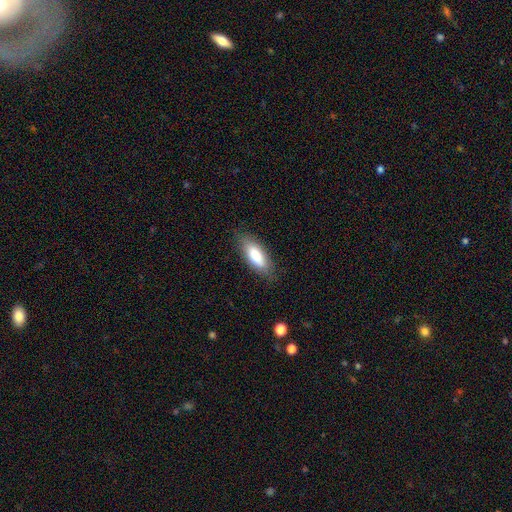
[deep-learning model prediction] smooth_or_featured: smooth (p=0.82) [alt: featured or disk p=0.12]
how_rounded: in between (p=0.73) [alt: cigar-shaped p=0.25]
merging: none (p=0.82) [alt: minor disturbance p=0.13]